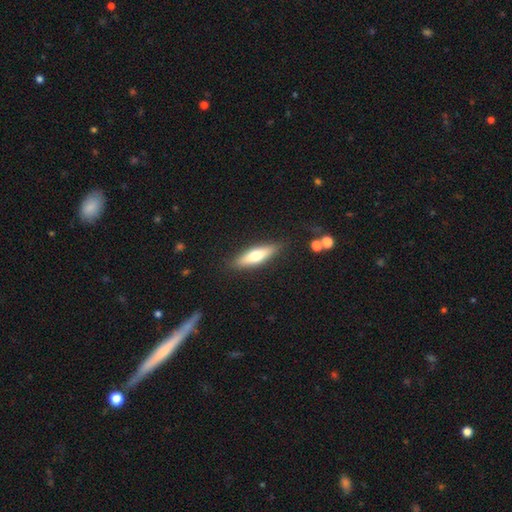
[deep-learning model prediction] This is possibly a smooth galaxy (58%). How rounded: likely cigar-shaped (63%). Merging: clearly none (87%).